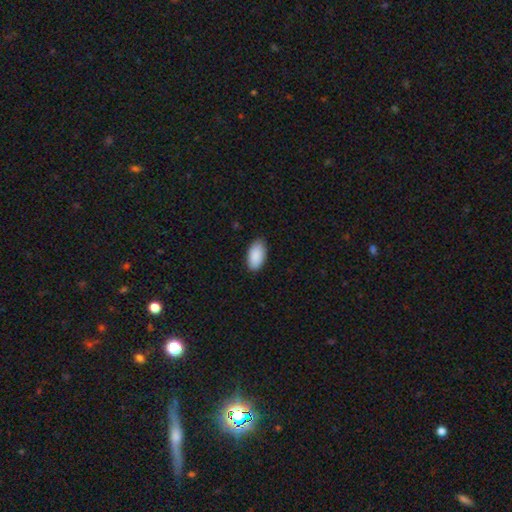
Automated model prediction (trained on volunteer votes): Overall: smooth (90%). How rounded: in between (96%). Merging: none (86%).